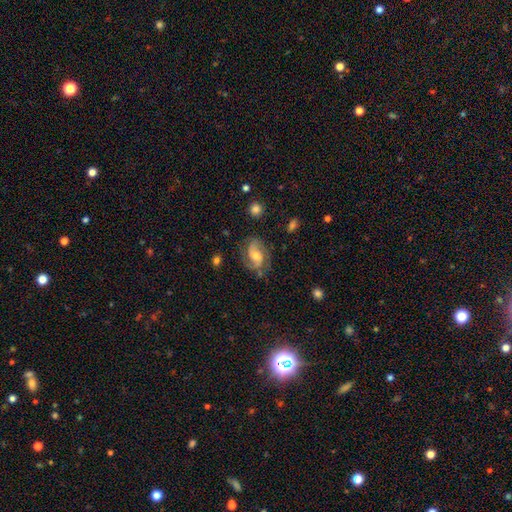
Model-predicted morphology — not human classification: Overall: featured or disk (79%). Edge-on disk: no (97%). Bar: no (52%; weak 39%). Spiral arms: yes (95%). Spiral arm count: 2 (80%). Spiral winding: medium (50%; tight 28%). Bulge size: moderate (58%; small 31%). Merging: none (73%).